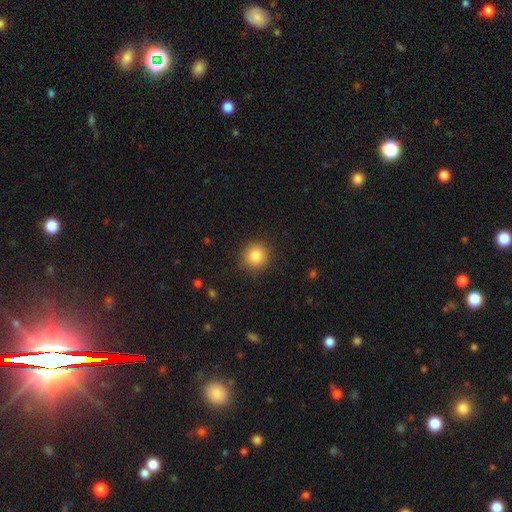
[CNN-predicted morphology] smooth_or_featured: smooth (p=0.84) [alt: star or artifact p=0.10]
how_rounded: round (p=0.92) [alt: in between p=0.07]
merging: none (p=0.90) [alt: minor disturbance p=0.07]